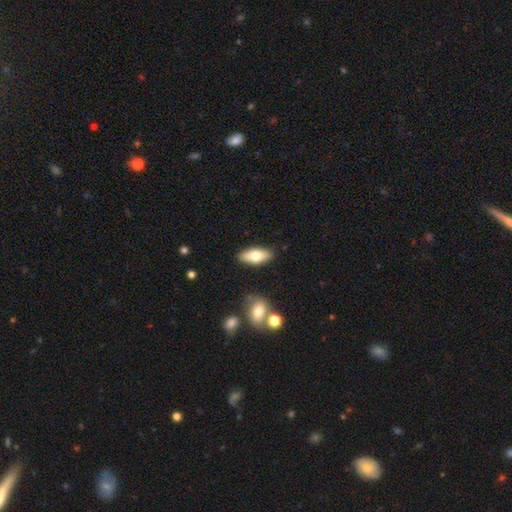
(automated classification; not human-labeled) The model was most divided on "smooth or featured": smooth: 70%, featured or disk: 24%, star or artifact: 6%. More confident: merging — none (85%); how rounded — in between (81%).